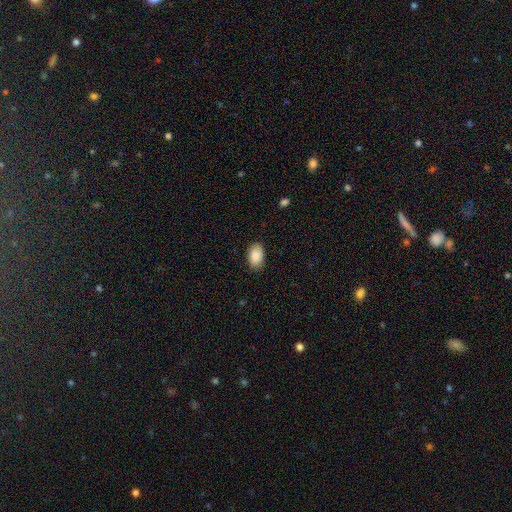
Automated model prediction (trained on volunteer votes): A smooth galaxy with no disk features (90%) that is in between round and cigar-shaped (91%). Merging: none (84%).